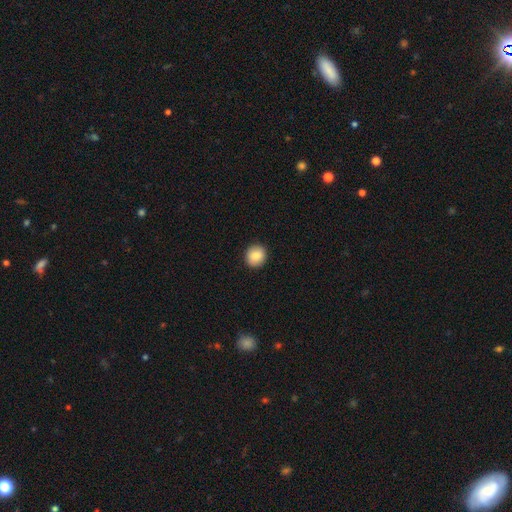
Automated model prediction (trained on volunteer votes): Smooth or featured? Predicted: smooth (p=0.86). How rounded? Predicted: round (p=0.88). Merging? Predicted: none (p=0.91).